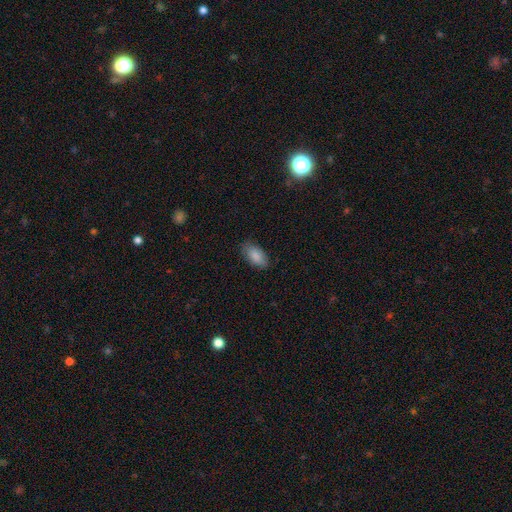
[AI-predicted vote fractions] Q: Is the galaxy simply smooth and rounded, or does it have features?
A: smooth — 88%.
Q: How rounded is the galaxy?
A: in between — 93%.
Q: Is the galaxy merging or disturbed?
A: none — 83%.